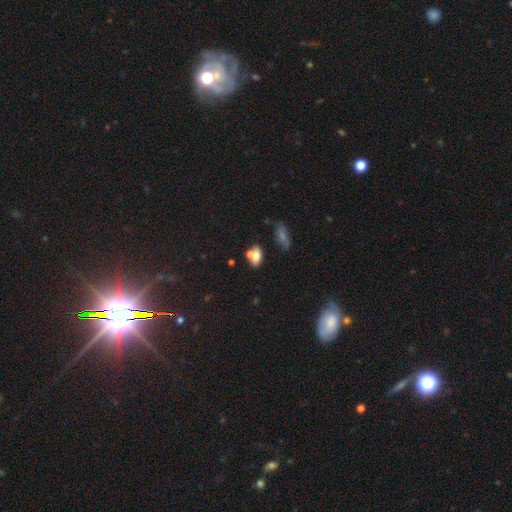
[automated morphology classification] Smooth or featured: smooth — 71% (featured or disk — 17%)
How rounded: in between — 77% (round — 20%)
Merging: merger — 42% (none — 40%)